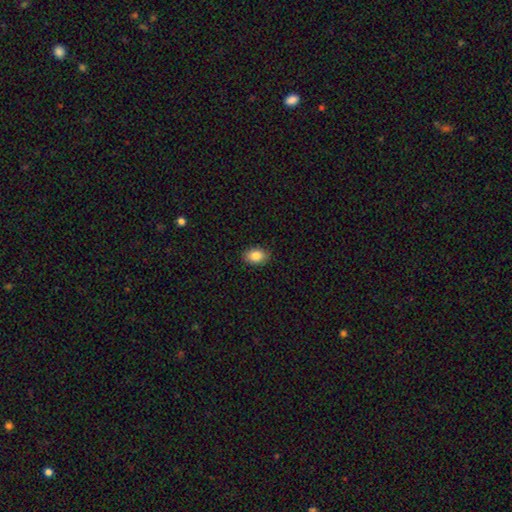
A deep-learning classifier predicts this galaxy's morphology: Overall: smooth (86%). How rounded: in between (82%). Merging: none (89%).